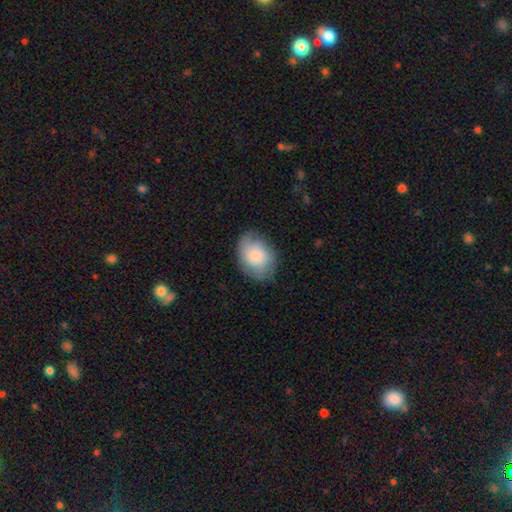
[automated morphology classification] Q: Smooth or featured?
A: smooth (66%); runner-up: featured or disk (27%)
Q: How rounded?
A: in between (68%); runner-up: round (31%)
Q: Merging?
A: none (72%); runner-up: minor disturbance (20%)